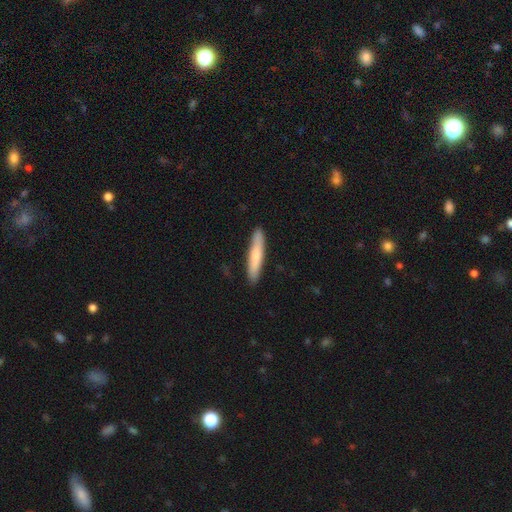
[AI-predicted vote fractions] Q: Smooth or featured?
A: smooth (73%); runner-up: featured or disk (22%)
Q: How rounded?
A: cigar-shaped (91%); runner-up: in between (8%)
Q: Merging?
A: none (90%); runner-up: minor disturbance (8%)